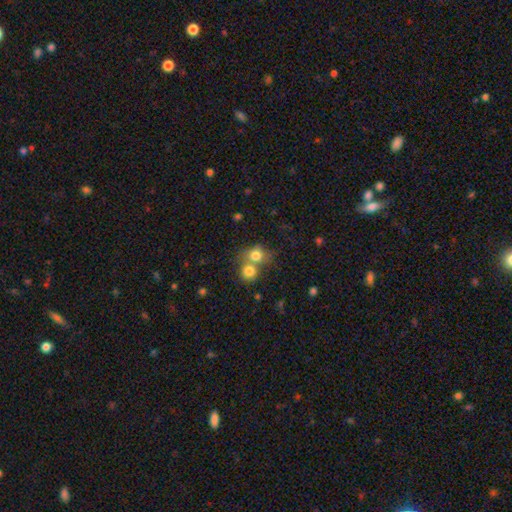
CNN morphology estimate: Q: Smooth or featured?
A: smooth (77%); runner-up: star or artifact (11%)
Q: How rounded?
A: round (72%); runner-up: in between (27%)
Q: Merging?
A: merger (55%); runner-up: none (34%)